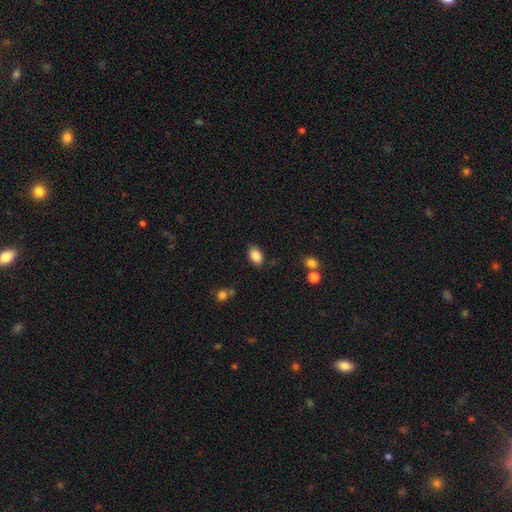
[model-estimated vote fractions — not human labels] This is clearly a smooth galaxy (87%). How rounded: clearly in between (86%). Merging: clearly none (80%).